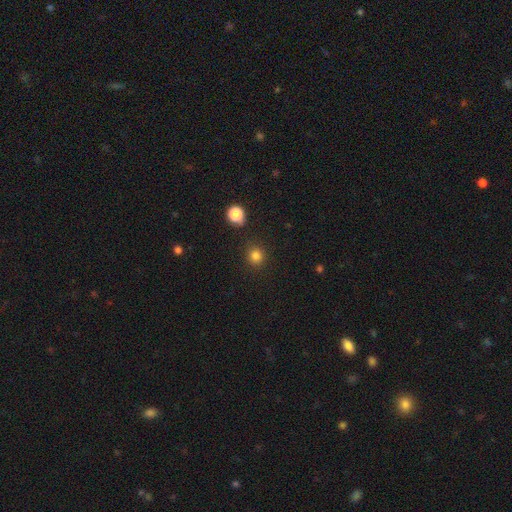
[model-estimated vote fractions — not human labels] This is clearly a smooth galaxy (81%). How rounded: clearly round (90%). Merging: clearly none (87%).